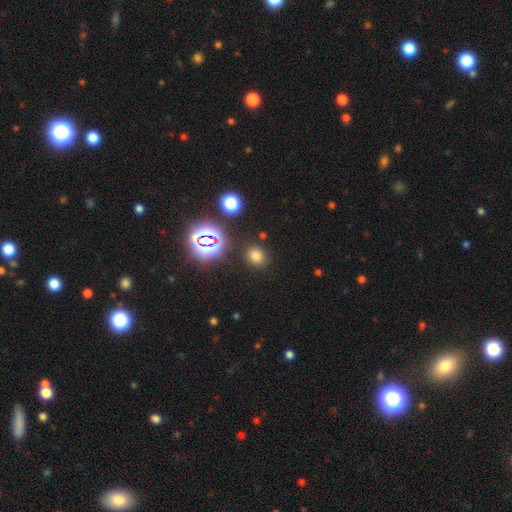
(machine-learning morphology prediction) This appears to be a smooth galaxy with no disk features (69%) that is round (67%). Merging: none (86%).